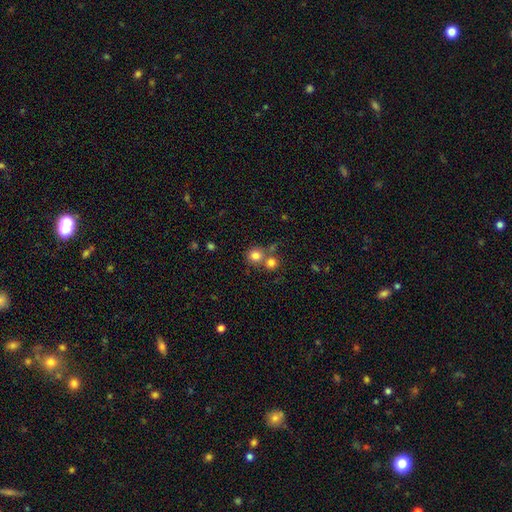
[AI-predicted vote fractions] Overall: smooth (79%). How rounded: round (90%). Merging: none (56%; merger 33%).